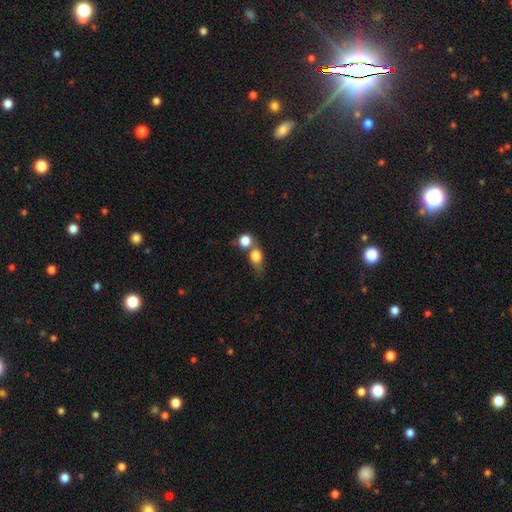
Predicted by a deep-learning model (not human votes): Q: Smooth or featured?
A: smooth (78%); runner-up: featured or disk (11%)
Q: How rounded?
A: round (52%); runner-up: in between (45%)
Q: Merging?
A: merger (46%); runner-up: none (32%)